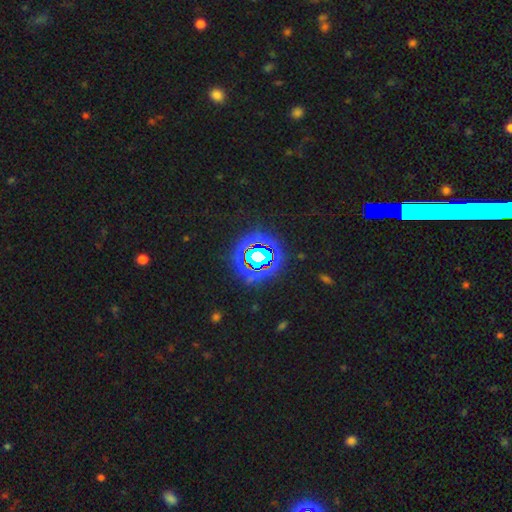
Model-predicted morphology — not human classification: type=star or artifact (78%).